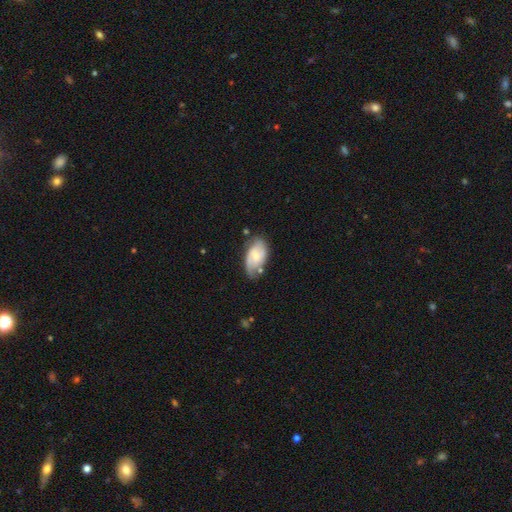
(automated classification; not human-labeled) smooth-or-featured: featured or disk: 58% | smooth: 35% | star or artifact: 6%
  disk-edge-on: no: 95% | yes: 5%
    bar: no: 50% | weak: 42% | strong: 8%
    has-spiral-arms: yes: 84% | no: 16%
    bulge-size: small: 50% | moderate: 42% | none: 4% | large: 3% | dominant: 1%
  merging: none: 56% | minor disturbance: 29% | major disturbance: 9% | merger: 6%